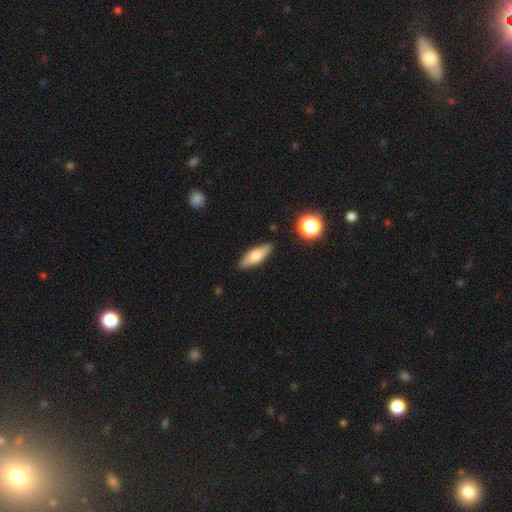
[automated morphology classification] Q: Smooth or featured?
A: smooth (59%); runner-up: featured or disk (34%)
Q: How rounded?
A: in between (57%); runner-up: cigar-shaped (40%)
Q: Merging?
A: none (87%); runner-up: minor disturbance (10%)